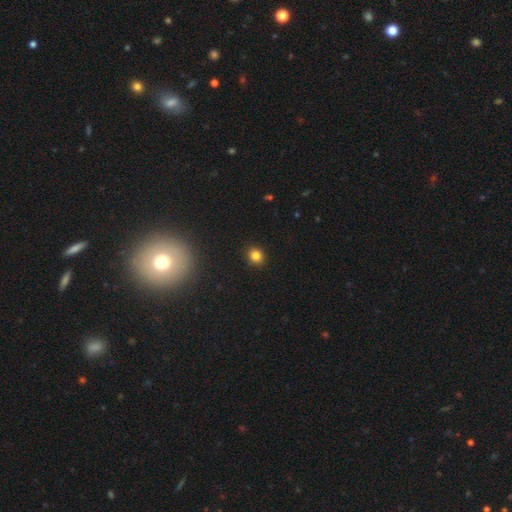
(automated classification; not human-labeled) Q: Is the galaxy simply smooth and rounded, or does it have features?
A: smooth — 82%.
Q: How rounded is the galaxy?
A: round — 77%.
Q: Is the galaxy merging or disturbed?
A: none — 89%.